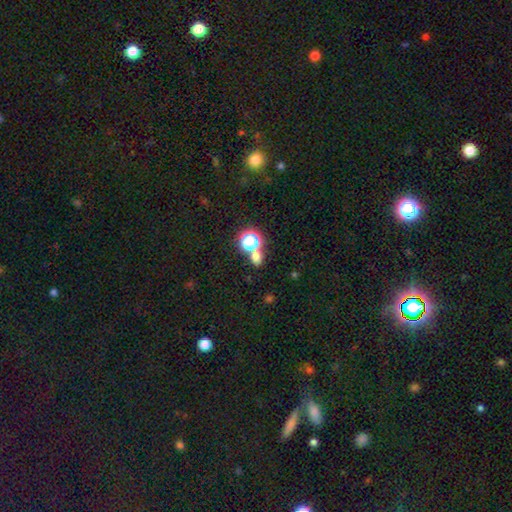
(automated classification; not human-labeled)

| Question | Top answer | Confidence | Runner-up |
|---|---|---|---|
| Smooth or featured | smooth | 58% | star or artifact (34%) |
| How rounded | round | 61% | in between (37%) |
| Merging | none | 60% | merger (28%) |